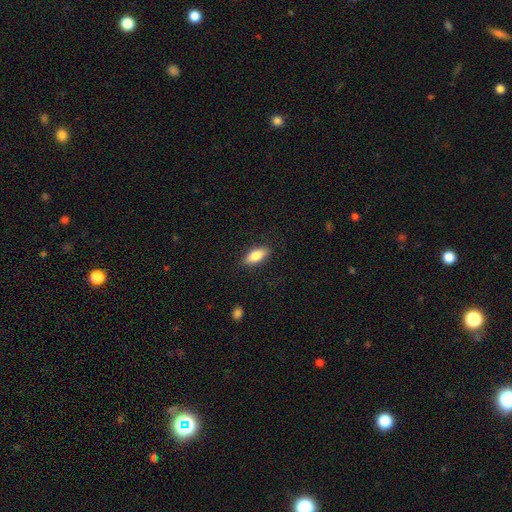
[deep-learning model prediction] smooth_or_featured: smooth (p=0.81) [alt: featured or disk p=0.13]
how_rounded: in between (p=0.81) [alt: cigar-shaped p=0.16]
merging: none (p=0.86) [alt: minor disturbance p=0.10]